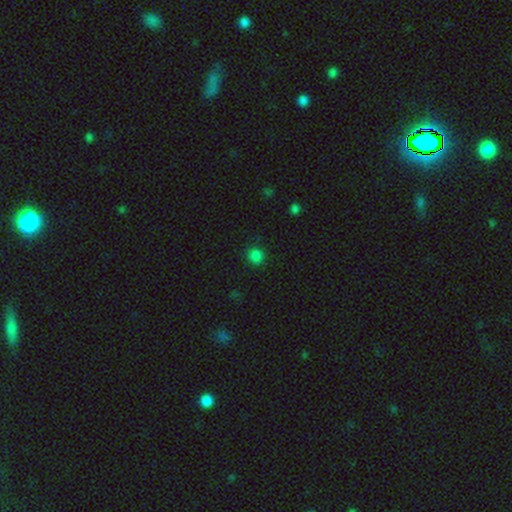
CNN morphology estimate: This appears to be a smooth galaxy with no disk features (83%) that is round (91%). Merging: none (89%).